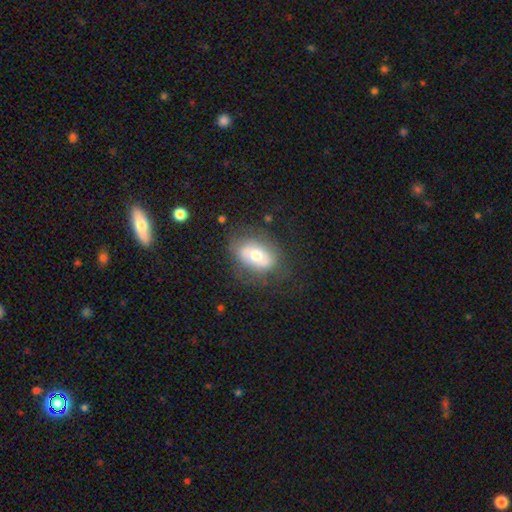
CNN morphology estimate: type=smooth (48%); merging=none (68%).